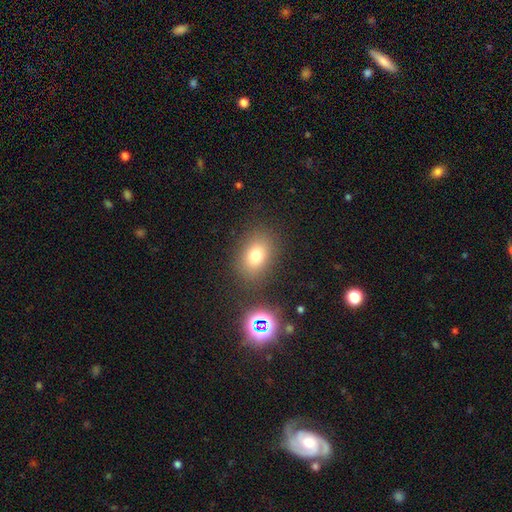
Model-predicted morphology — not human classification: Smooth or featured? smooth (74%)
How rounded? in between (67%)
Merging? none (82%)